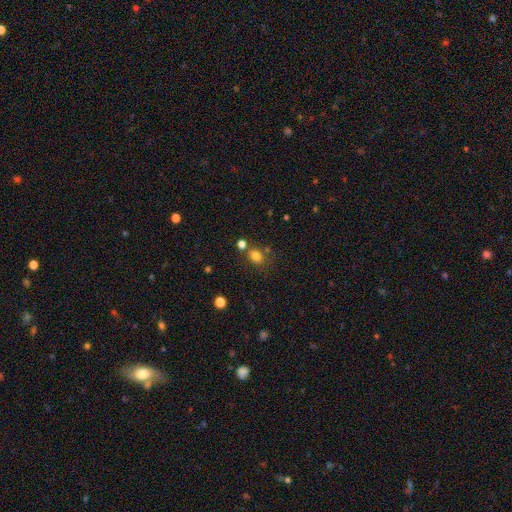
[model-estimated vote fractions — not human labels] This is likely a smooth galaxy (78%). How rounded: possibly in between (50%). Merging: likely none (64%).